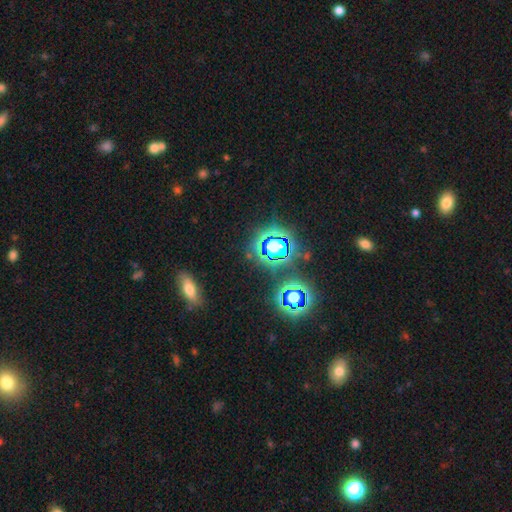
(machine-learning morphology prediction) Smooth or featured: star or artifact — 65% (smooth — 25%)